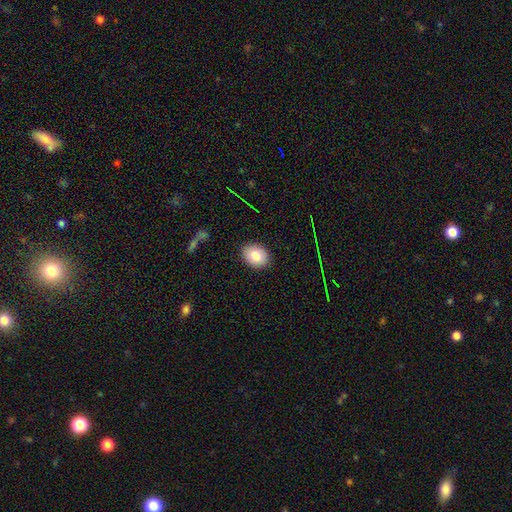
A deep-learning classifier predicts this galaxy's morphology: Smooth or featured: smooth — 82% (featured or disk — 9%)
How rounded: in between — 58% (round — 41%)
Merging: none — 89% (minor disturbance — 8%)